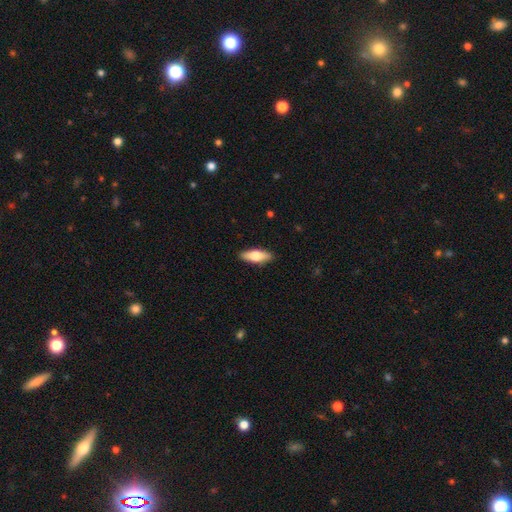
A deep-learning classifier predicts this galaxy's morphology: Overall: smooth (66%; featured or disk 28%). How rounded: in between (66%; cigar-shaped 32%). Merging: none (89%).